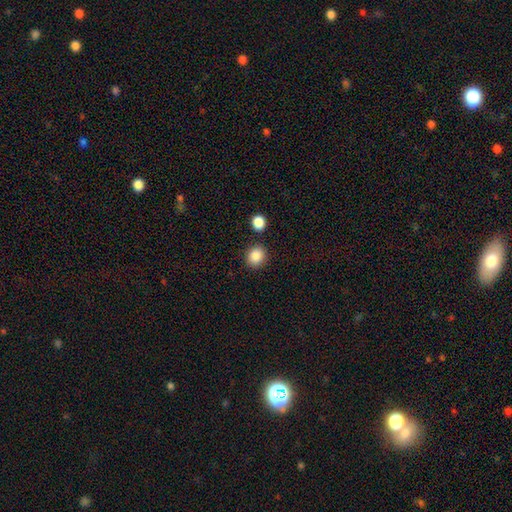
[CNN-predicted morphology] Smooth or featured? Predicted: smooth (p=0.87). How rounded? Predicted: round (p=0.74). Merging? Predicted: none (p=0.84).